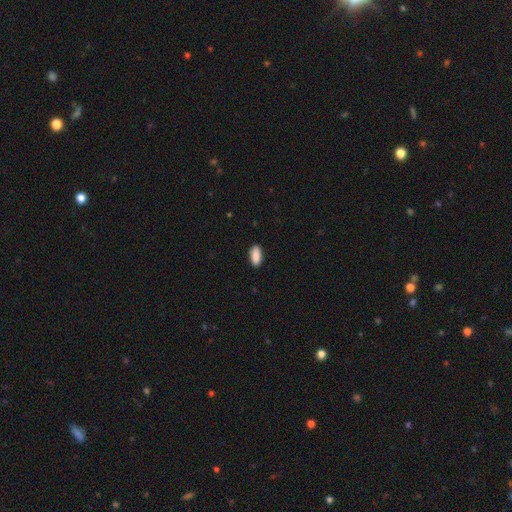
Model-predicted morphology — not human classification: A smooth galaxy with no disk features (90%) that is in between round and cigar-shaped (86%).

Vote fractions:
- Smooth or featured? smooth: 90% / star or artifact: 6% / featured or disk: 4%
- How rounded? in between: 86% / cigar-shaped: 12% / round: 2%
- Merging? none: 88% / minor disturbance: 9% / major disturbance: 2% / merger: 1%